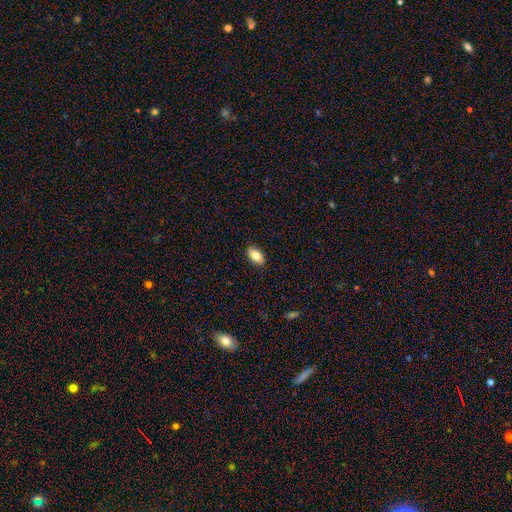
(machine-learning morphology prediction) Smooth or featured? smooth (80%)
How rounded? in between (92%)
Merging? none (90%)